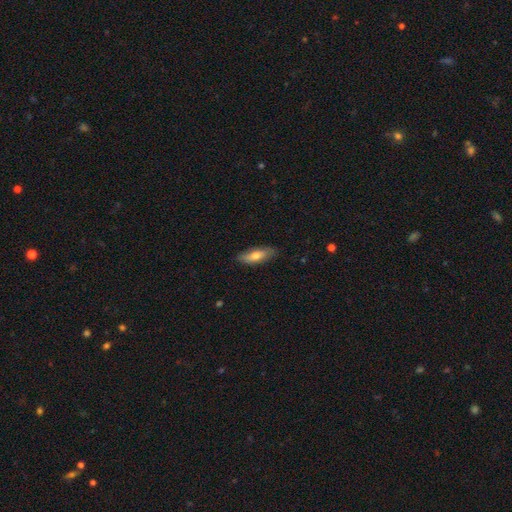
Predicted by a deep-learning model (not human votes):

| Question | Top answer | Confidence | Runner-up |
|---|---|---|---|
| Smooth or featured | smooth | 68% | featured or disk (26%) |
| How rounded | in between | 61% | cigar-shaped (37%) |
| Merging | none | 83% | minor disturbance (14%) |